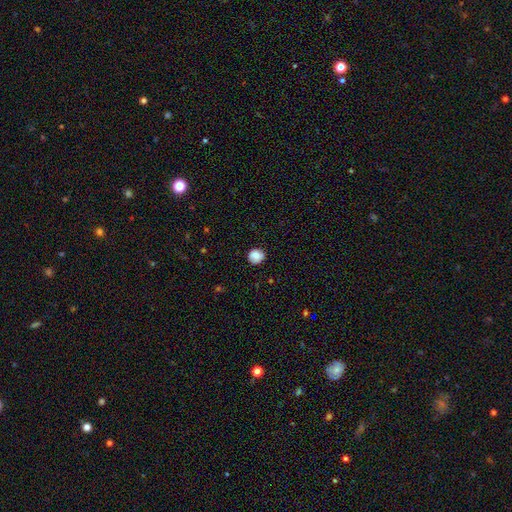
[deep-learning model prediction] A smooth galaxy with no disk features (84%) that is round (87%).

Vote fractions:
- Smooth or featured? smooth: 84% / star or artifact: 9% / featured or disk: 7%
- How rounded? round: 87% / in between: 12% / cigar-shaped: 1%
- Merging? none: 83% / minor disturbance: 13% / major disturbance: 3% / merger: 1%